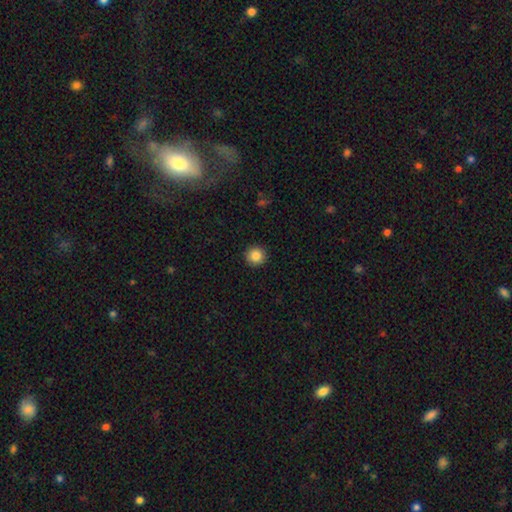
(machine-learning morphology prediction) A smooth galaxy with no disk features (86%) that is round (95%).

Vote fractions:
- Smooth or featured? smooth: 86% / star or artifact: 10% / featured or disk: 5%
- How rounded? round: 95% / in between: 4% / cigar-shaped: 1%
- Merging? none: 93% / minor disturbance: 5% / major disturbance: 2% / merger: 1%